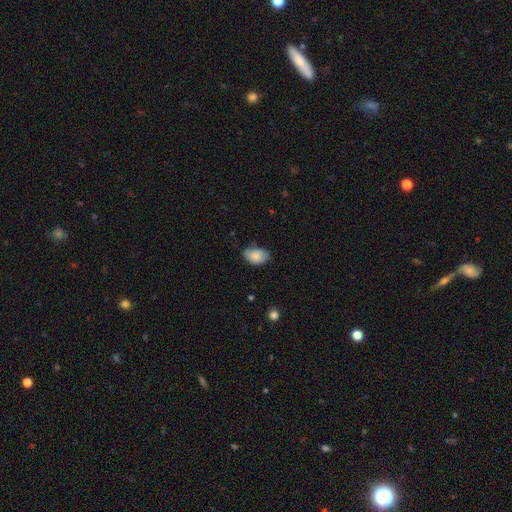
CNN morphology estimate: Smooth or featured?
  - smooth: 81% *
  - featured or disk: 12%
  - star or artifact: 7%
How rounded?
  - in between: 88% *
  - round: 11%
  - cigar-shaped: 1%
Merging?
  - none: 62% *
  - minor disturbance: 31%
  - major disturbance: 5%
  - merger: 2%